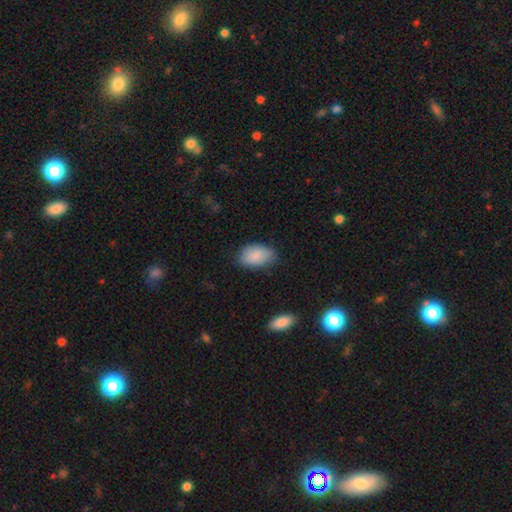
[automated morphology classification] type=smooth (88%); roundness=in between (92%); merging=none (77%).